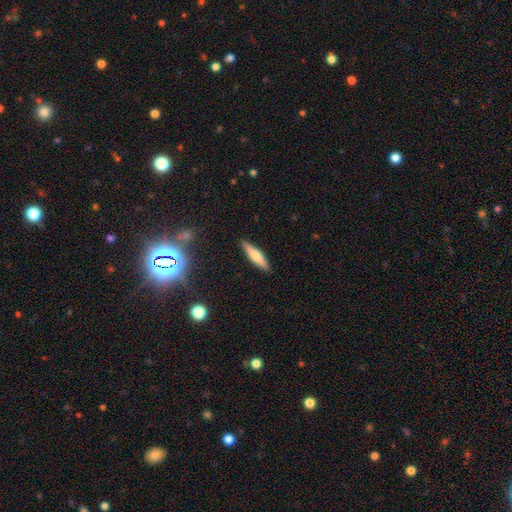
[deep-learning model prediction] Smooth or featured?
  - smooth: 64% *
  - featured or disk: 30%
  - star or artifact: 7%
How rounded?
  - cigar-shaped: 78% *
  - in between: 20%
  - round: 2%
Merging?
  - none: 89% *
  - minor disturbance: 8%
  - major disturbance: 2%
  - merger: 1%